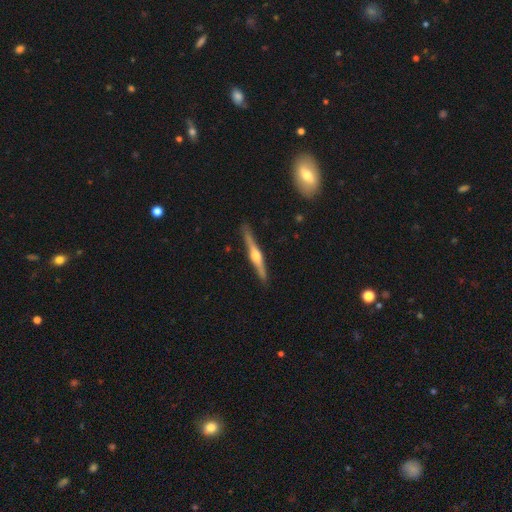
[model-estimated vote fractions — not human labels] A featured or disk galaxy (76%) viewed edge-on (98%) with a rounded central bulge (91%). Merging: none (88%).